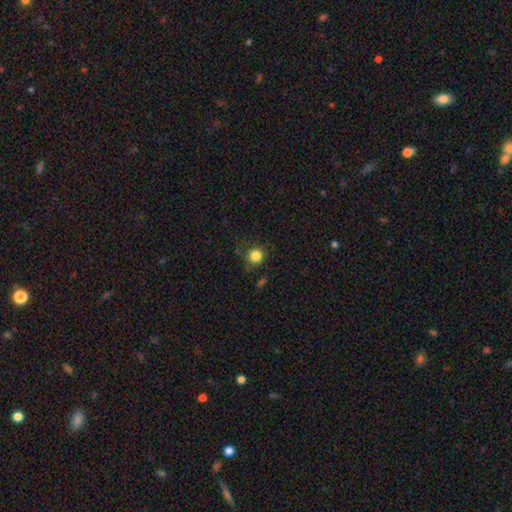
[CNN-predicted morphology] The model was most divided on "merging": none: 77%, minor disturbance: 15%, major disturbance: 5%, merger: 2%. More confident: how rounded — round (91%); smooth or featured — smooth (83%).